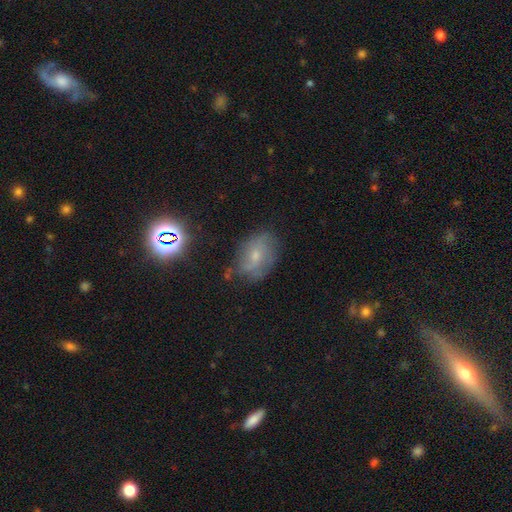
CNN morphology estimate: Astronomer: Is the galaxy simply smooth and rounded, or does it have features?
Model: featured or disk — 44% (runner-up: smooth, 39%).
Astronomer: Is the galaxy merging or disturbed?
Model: none — 63%.